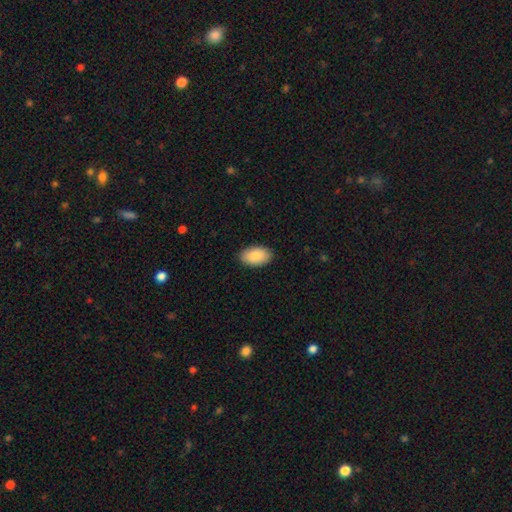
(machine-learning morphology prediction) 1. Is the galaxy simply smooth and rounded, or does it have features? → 88% smooth, 6% featured or disk, 6% star or artifact.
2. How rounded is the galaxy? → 94% in between, 4% round, 1% cigar-shaped.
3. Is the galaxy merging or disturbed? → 88% none, 9% minor disturbance, 2% major disturbance, 1% merger.